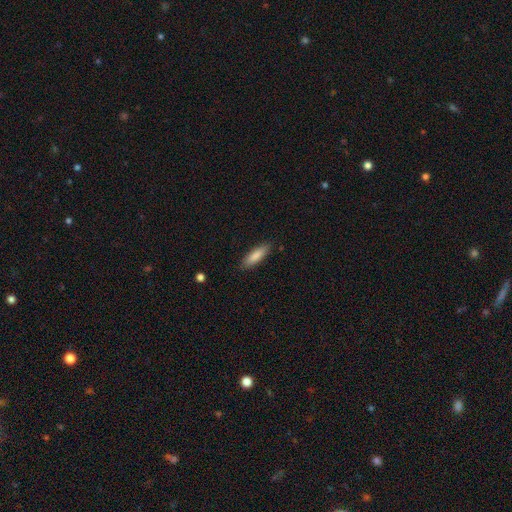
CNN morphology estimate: smooth_or_featured: smooth (p=0.85) [alt: featured or disk p=0.09]
how_rounded: cigar-shaped (p=0.58) [alt: in between p=0.41]
merging: none (p=0.86) [alt: minor disturbance p=0.11]